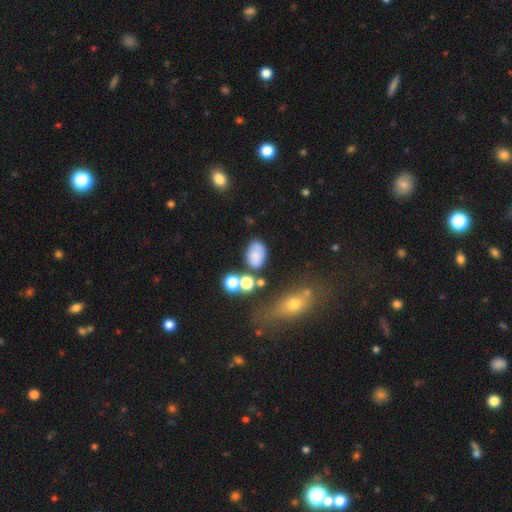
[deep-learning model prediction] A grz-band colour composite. It shows a smooth galaxy with no disk features (76%) that is in between round and cigar-shaped (86%). Merging: none (62%).